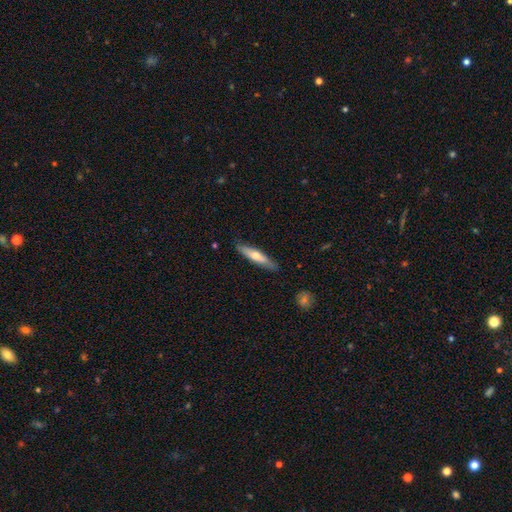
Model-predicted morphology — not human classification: This appears to be a smooth galaxy with no disk features (52%) that is cigar-shaped (83%). Merging: none (85%).